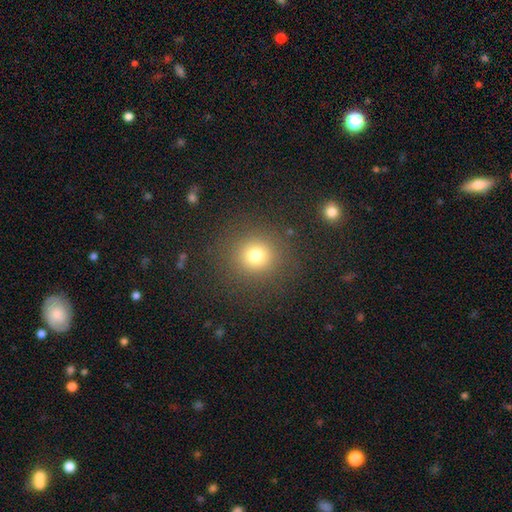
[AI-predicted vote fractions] This appears to be a smooth galaxy with no disk features (75%) that is round (91%). Merging: none (86%).